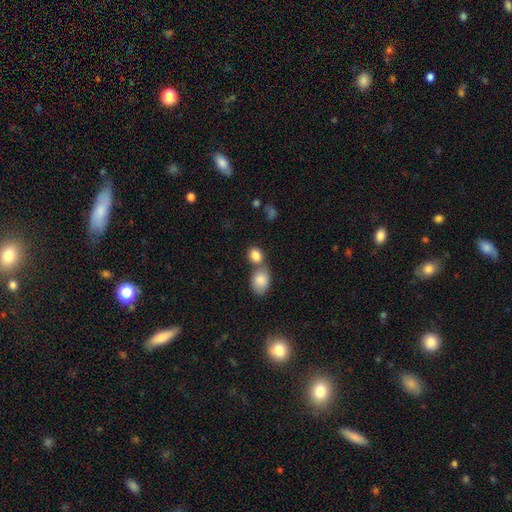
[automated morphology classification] Smooth or featured? smooth (85%)
How rounded? in between (59%)
Merging? merger (51%)